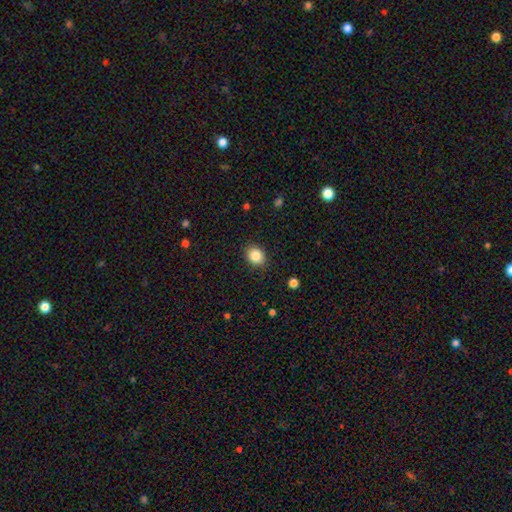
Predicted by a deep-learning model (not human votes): Smooth or featured? smooth (85%)
How rounded? round (57%)
Merging? none (88%)